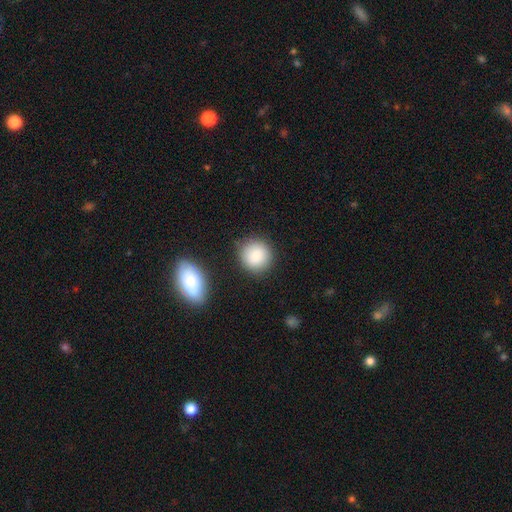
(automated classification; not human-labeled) Smooth or featured: smooth — 85% (star or artifact — 8%)
How rounded: round — 90% (in between — 9%)
Merging: none — 83% (minor disturbance — 10%)